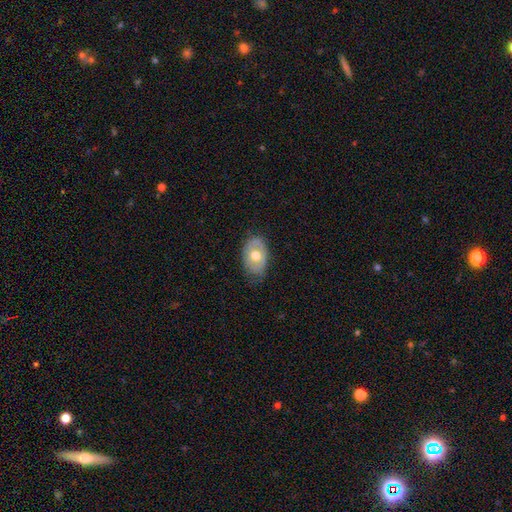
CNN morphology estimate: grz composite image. It shows a smooth galaxy with no disk features (57%) that is in between round and cigar-shaped (83%). Merging: none (68%).